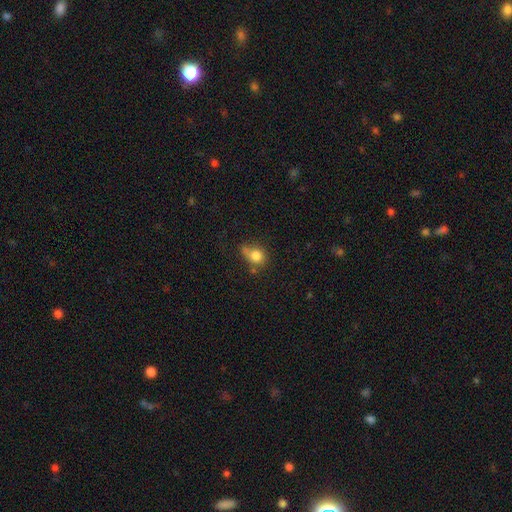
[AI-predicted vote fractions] Smooth or featured?
  - smooth: 79% *
  - featured or disk: 11%
  - star or artifact: 10%
How rounded?
  - round: 61% *
  - in between: 37%
  - cigar-shaped: 2%
Merging?
  - none: 39% *
  - minor disturbance: 29%
  - major disturbance: 18%
  - merger: 14%